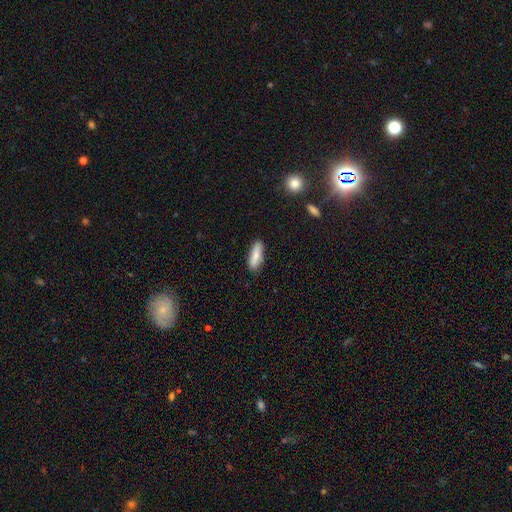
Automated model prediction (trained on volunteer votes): A smooth galaxy with no disk features (80%) that is cigar-shaped (49%, tied with in between). Merging: none (86%).